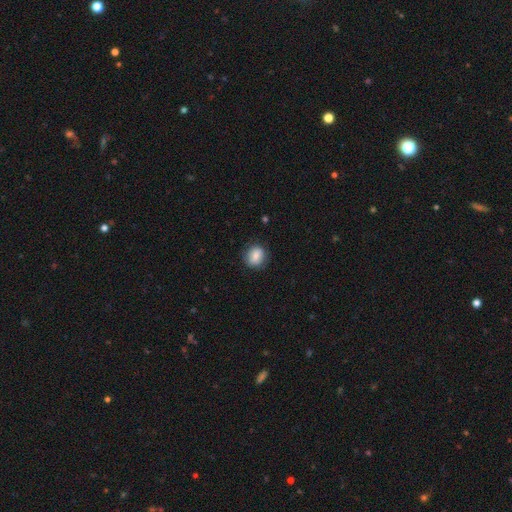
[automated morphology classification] Smooth or featured? smooth (81%)
How rounded? round (73%)
Merging? none (84%)